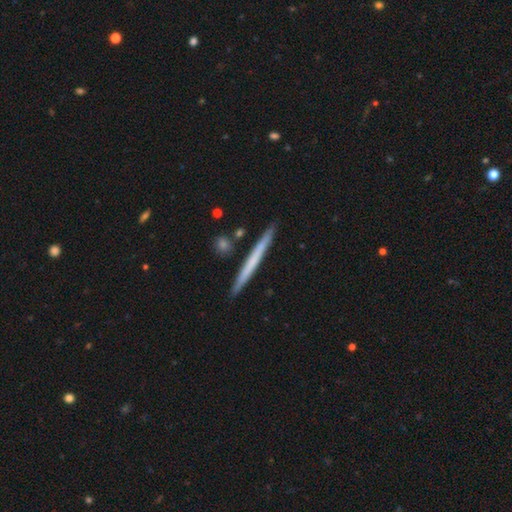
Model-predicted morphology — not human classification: smooth-or-featured: smooth: 51% | featured or disk: 43% | star or artifact: 6%
  how-rounded: cigar-shaped: 97% | in between: 2% | round: 1%
  merging: none: 90% | minor disturbance: 6% | merger: 3% | major disturbance: 1%